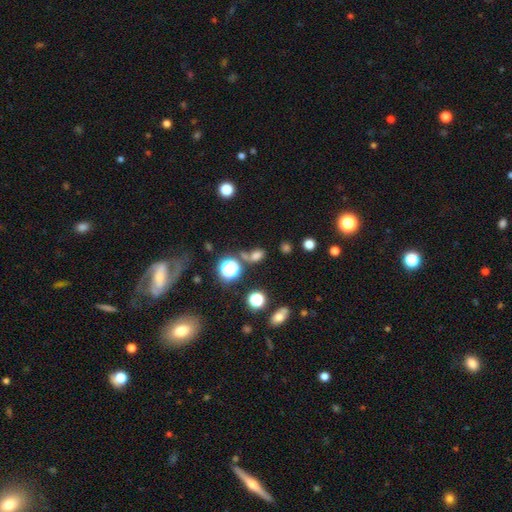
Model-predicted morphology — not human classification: Smooth or featured? smooth (63%)
How rounded? in between (69%)
Merging? none (52%)